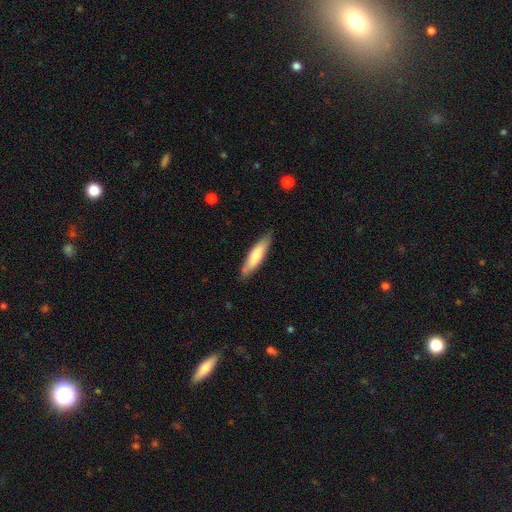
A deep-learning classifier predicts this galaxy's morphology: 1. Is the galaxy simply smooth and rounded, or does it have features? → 72% smooth, 23% featured or disk, 5% star or artifact.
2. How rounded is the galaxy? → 74% cigar-shaped, 25% in between, 1% round.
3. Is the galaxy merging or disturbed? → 83% none, 14% minor disturbance, 2% major disturbance, 1% merger.